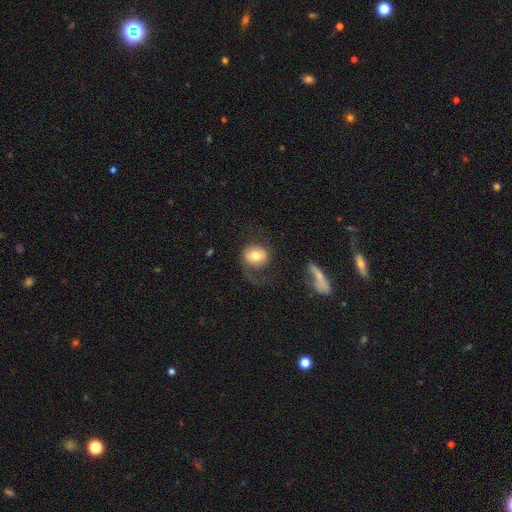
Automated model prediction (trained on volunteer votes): smooth_or_featured: smooth (p=0.61) [alt: featured or disk p=0.31]
how_rounded: round (p=0.68) [alt: in between p=0.31]
merging: none (p=0.43) [alt: major disturbance p=0.34]